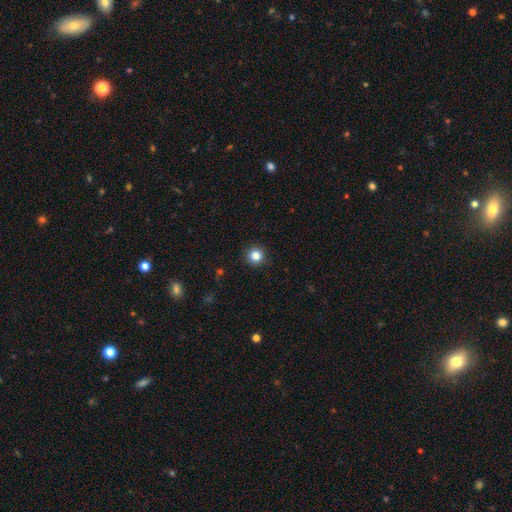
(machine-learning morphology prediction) Smooth or featured? smooth (84%)
How rounded? round (95%)
Merging? none (92%)